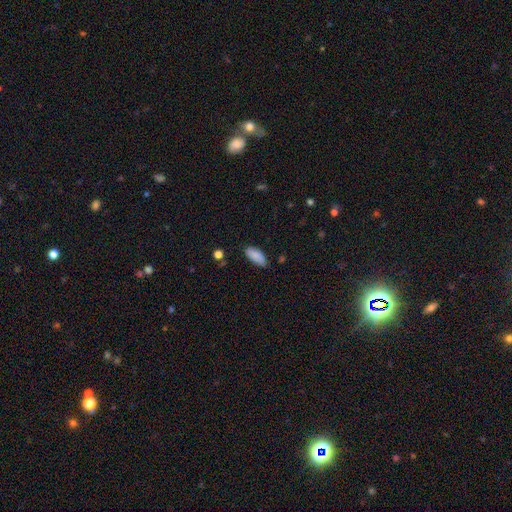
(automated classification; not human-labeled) smooth-or-featured: smooth: 86% | featured or disk: 7% | star or artifact: 7%
  how-rounded: in between: 88% | cigar-shaped: 10% | round: 2%
  merging: none: 75% | minor disturbance: 20% | major disturbance: 3% | merger: 2%